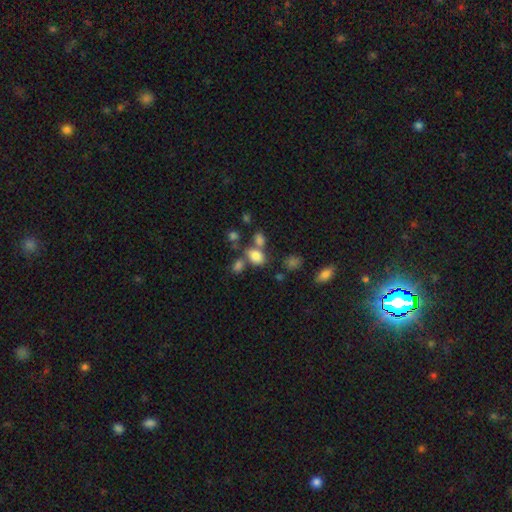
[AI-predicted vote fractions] Q: Smooth or featured?
A: smooth (80%); runner-up: star or artifact (12%)
Q: How rounded?
A: in between (81%); runner-up: round (17%)
Q: Merging?
A: none (53%); runner-up: merger (27%)